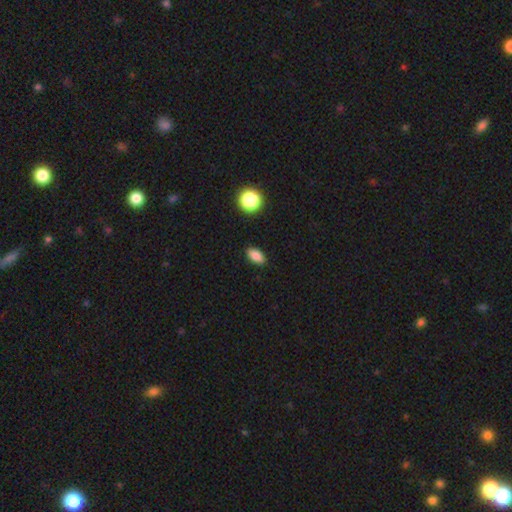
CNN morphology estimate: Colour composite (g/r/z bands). It shows a smooth galaxy with no disk features (86%) that is in between round and cigar-shaped (89%). Merging: none (89%).